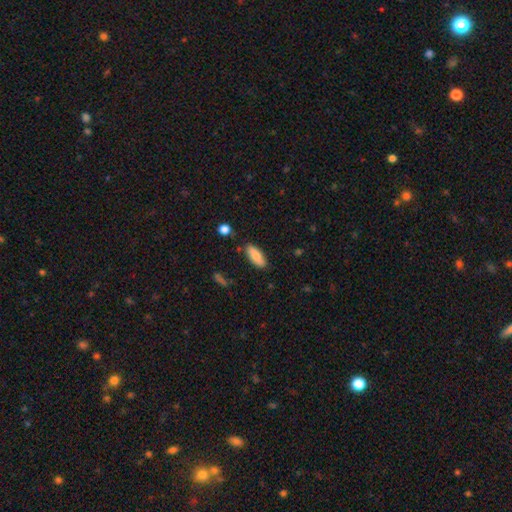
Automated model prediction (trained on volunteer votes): A smooth galaxy with no disk features (84%) that is in between round and cigar-shaped (75%). Merging: none (81%).